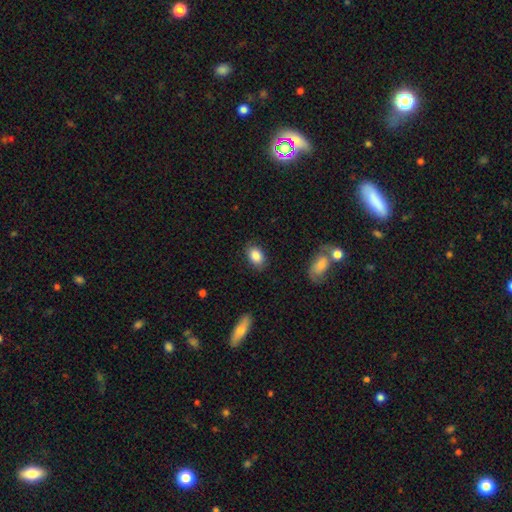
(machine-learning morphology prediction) This appears to be a smooth galaxy with no disk features (86%) that is in between round and cigar-shaped (82%). Merging: none (82%).